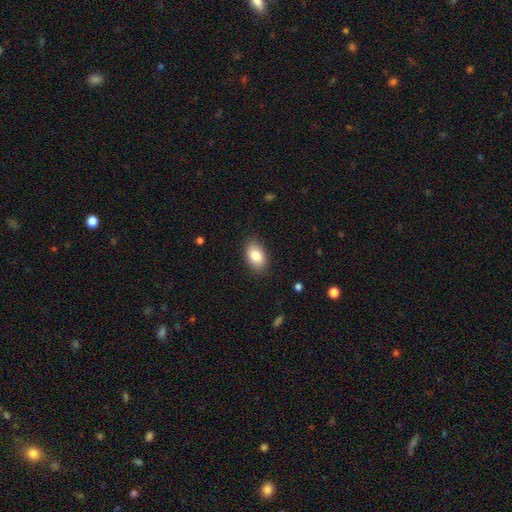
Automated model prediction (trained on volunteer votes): A smooth galaxy with no disk features (84%) that is in between round and cigar-shaped (88%). Merging: none (86%).